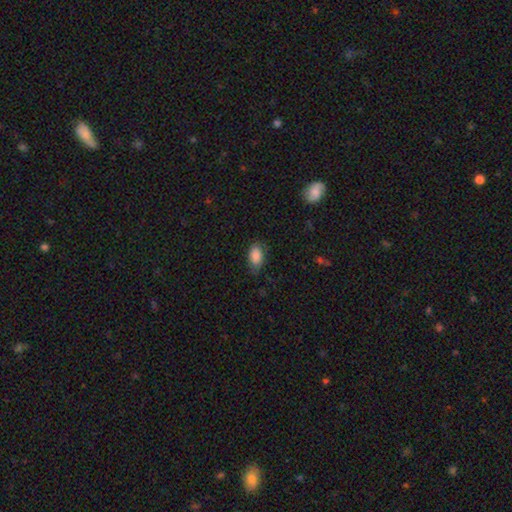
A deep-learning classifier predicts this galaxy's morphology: smooth 86%, featured or disk 7%, star or artifact 7%. Down the decision tree: how rounded — in between (92%); merging — none (73%).